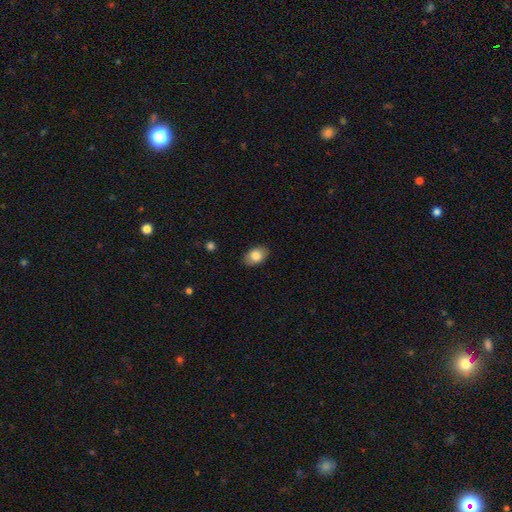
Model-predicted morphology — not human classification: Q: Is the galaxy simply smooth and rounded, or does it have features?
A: smooth — 83%.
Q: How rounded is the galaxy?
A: in between — 87%.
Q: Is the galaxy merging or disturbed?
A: none — 87%.